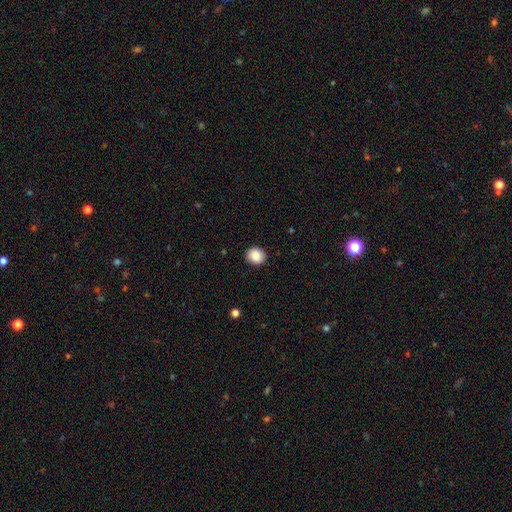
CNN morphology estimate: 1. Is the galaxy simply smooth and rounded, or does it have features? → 89% smooth, 8% star or artifact, 3% featured or disk.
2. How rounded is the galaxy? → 74% round, 25% in between, 1% cigar-shaped.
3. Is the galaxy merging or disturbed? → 90% none, 7% minor disturbance, 2% major disturbance, 1% merger.